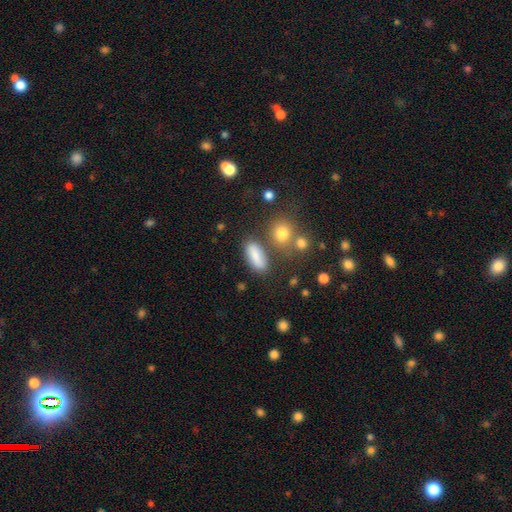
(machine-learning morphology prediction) Overall: smooth (82%). How rounded: in between (74%). Merging: none (73%).